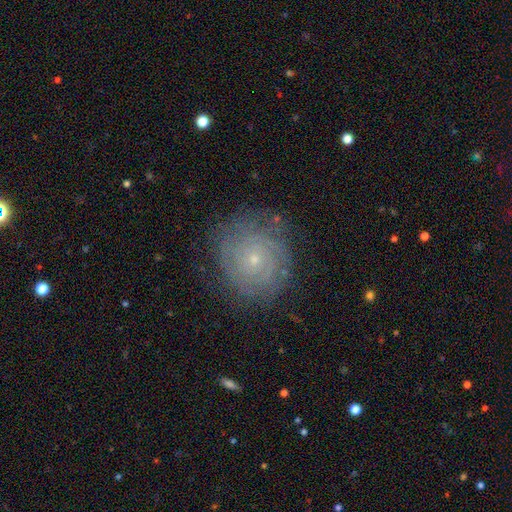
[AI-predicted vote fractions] Morphology: type=featured or disk (56%); edge-on=no (97%); bar=no (85%); spiral arms=yes (83%); bulge=small (83%); merging=none (80%).